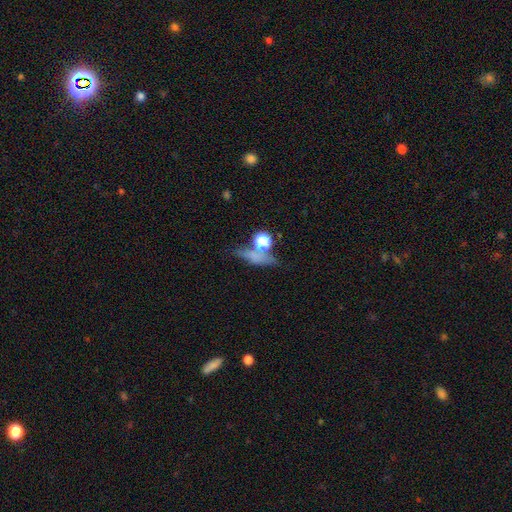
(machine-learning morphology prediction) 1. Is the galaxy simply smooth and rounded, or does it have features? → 56% smooth, 22% featured or disk, 21% star or artifact.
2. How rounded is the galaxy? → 40% cigar-shaped, 30% round, 30% in between.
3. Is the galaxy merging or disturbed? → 59% none, 16% minor disturbance, 15% merger, 10% major disturbance.